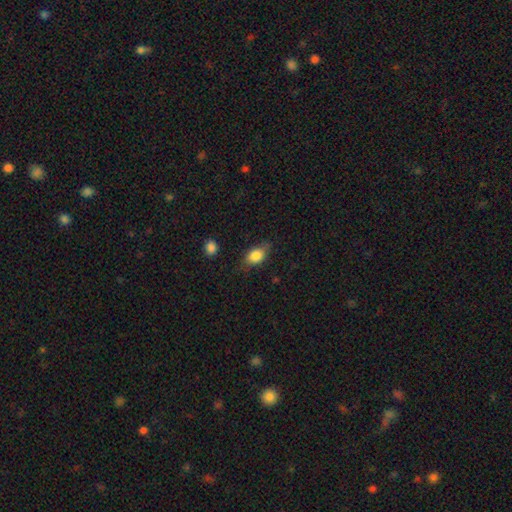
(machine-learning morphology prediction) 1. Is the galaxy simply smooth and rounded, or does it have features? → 79% smooth, 13% featured or disk, 8% star or artifact.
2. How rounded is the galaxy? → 77% in between, 19% round, 5% cigar-shaped.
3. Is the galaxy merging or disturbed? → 67% none, 25% minor disturbance, 7% major disturbance, 2% merger.